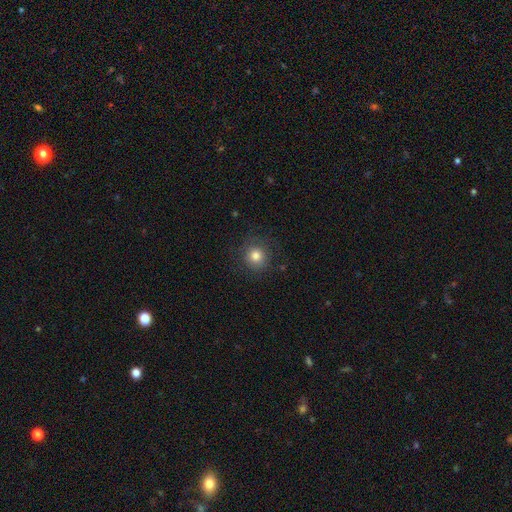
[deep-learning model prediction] smooth_or_featured: smooth (p=0.81) [alt: star or artifact p=0.11]
how_rounded: round (p=0.92) [alt: in between p=0.07]
merging: none (p=0.82) [alt: minor disturbance p=0.12]